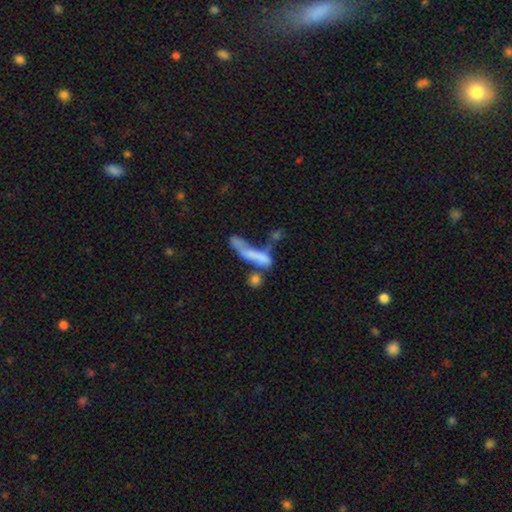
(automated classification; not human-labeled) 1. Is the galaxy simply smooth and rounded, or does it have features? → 55% smooth, 33% featured or disk, 11% star or artifact.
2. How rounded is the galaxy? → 71% cigar-shaped, 25% in between, 4% round.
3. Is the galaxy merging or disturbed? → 40% merger, 26% major disturbance, 20% none, 13% minor disturbance.